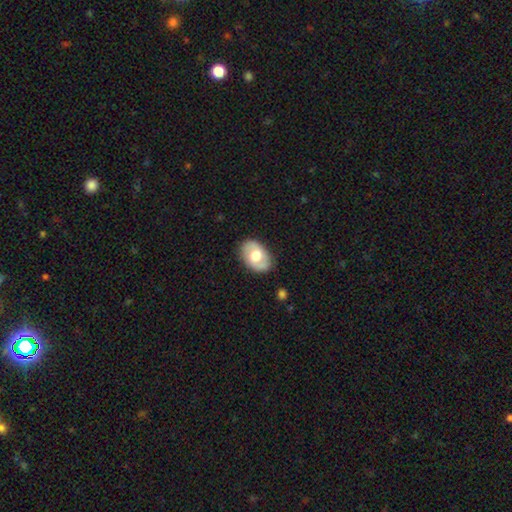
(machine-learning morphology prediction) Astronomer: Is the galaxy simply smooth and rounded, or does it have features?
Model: smooth — 50% (runner-up: featured or disk, 44%).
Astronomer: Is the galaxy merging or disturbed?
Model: none — 82%.